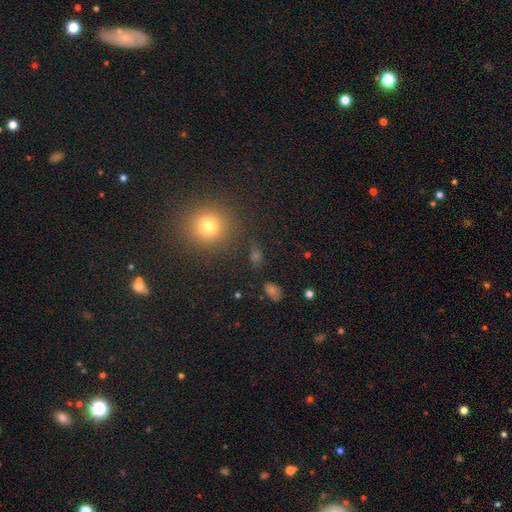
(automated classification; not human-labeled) A smooth galaxy with no disk features (48%). Merging: none (82%).